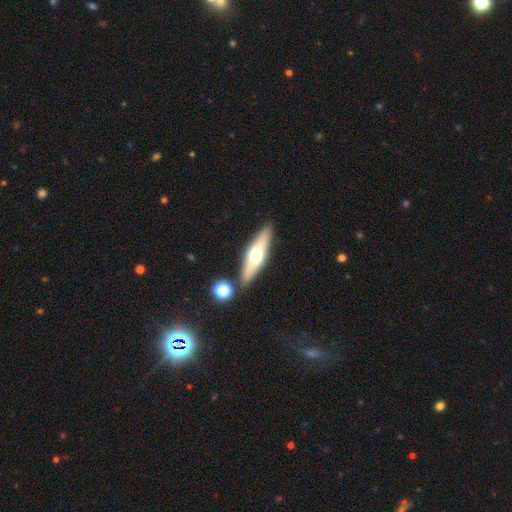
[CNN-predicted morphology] Smooth or featured?
  - smooth: 50% *
  - featured or disk: 44%
  - star or artifact: 6%
Merging?
  - none: 83% *
  - minor disturbance: 9%
  - merger: 6%
  - major disturbance: 2%